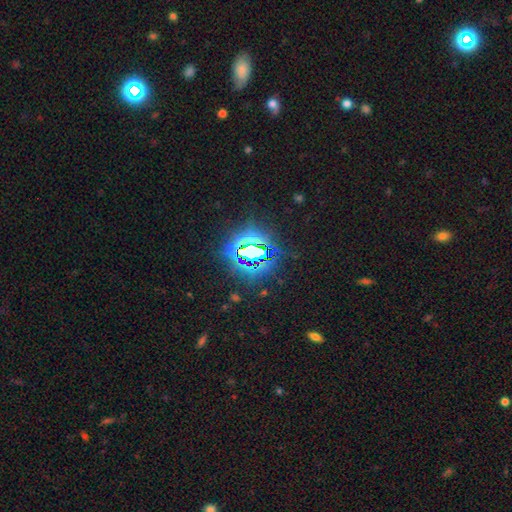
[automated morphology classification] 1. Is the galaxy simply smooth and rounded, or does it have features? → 78% star or artifact, 12% smooth, 10% featured or disk.